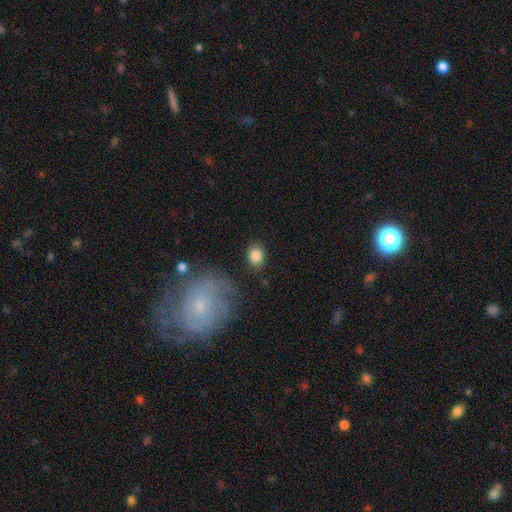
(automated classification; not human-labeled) Q: Smooth or featured?
A: smooth (86%); runner-up: star or artifact (9%)
Q: How rounded?
A: round (52%); runner-up: in between (47%)
Q: Merging?
A: none (82%); runner-up: minor disturbance (11%)